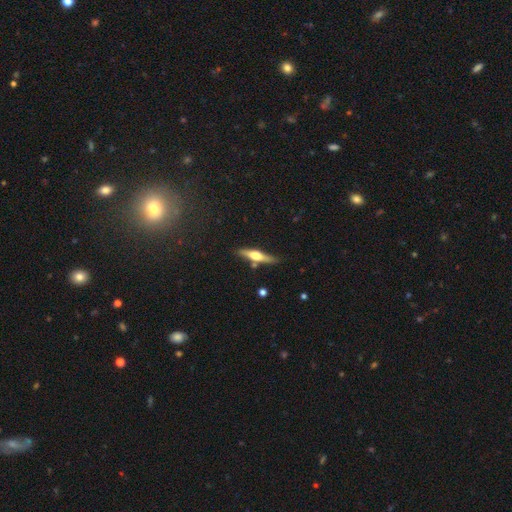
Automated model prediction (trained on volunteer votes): The model was most divided on "smooth or featured": featured or disk: 58%, smooth: 36%, star or artifact: 6%. More confident: edge-on disk — yes (94%); edge-on bulge — rounded (92%); merging — none (78%).